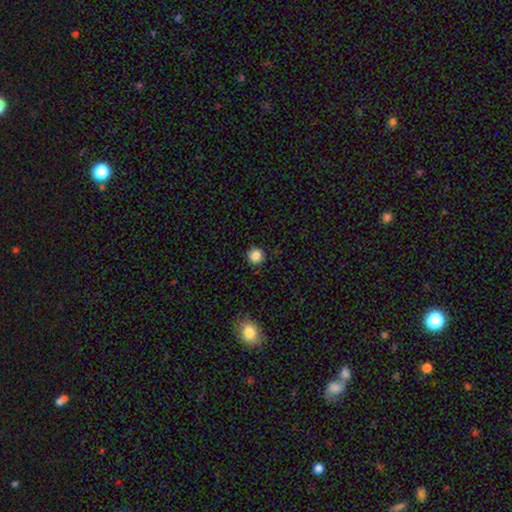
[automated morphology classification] A smooth galaxy with no disk features (86%) that is round (94%).

Vote fractions:
- Smooth or featured? smooth: 86% / star or artifact: 11% / featured or disk: 4%
- How rounded? round: 94% / in between: 5% / cigar-shaped: 1%
- Merging? none: 90% / minor disturbance: 7% / major disturbance: 2% / merger: 1%